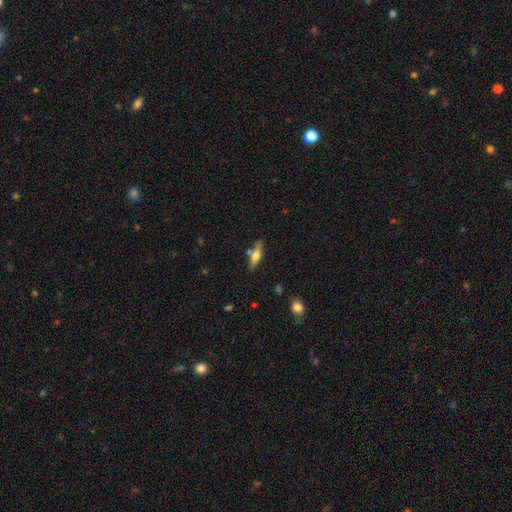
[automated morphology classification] featured or disk 52%, smooth 42%, star or artifact 7%. Down the decision tree: edge-on disk — yes (93%); merging — none (75%).